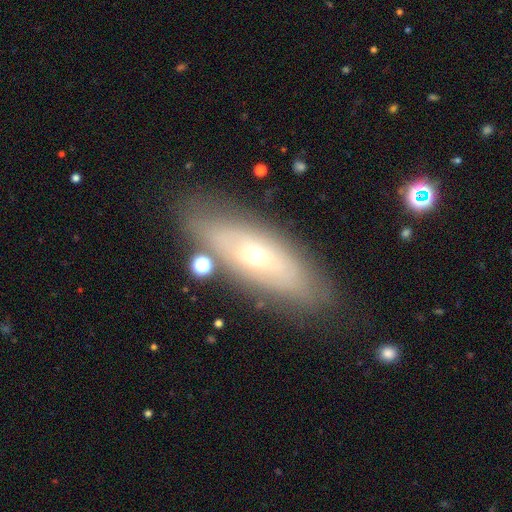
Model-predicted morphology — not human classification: A featured or disk galaxy (53%).

Vote fractions:
- Smooth or featured? featured or disk: 53% / smooth: 38% / star or artifact: 8%
- Edge-on disk? no: 71% / yes: 29%
- Merging? none: 79% / minor disturbance: 14% / major disturbance: 4% / merger: 3%